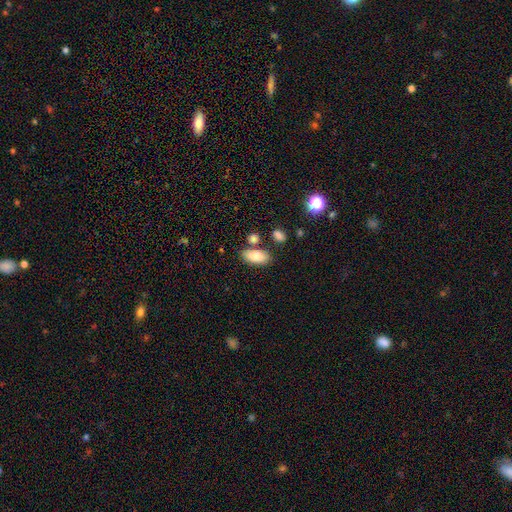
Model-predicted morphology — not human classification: Q: Smooth or featured?
A: smooth (80%); runner-up: featured or disk (13%)
Q: How rounded?
A: in between (90%); runner-up: cigar-shaped (7%)
Q: Merging?
A: none (73%); runner-up: minor disturbance (12%)